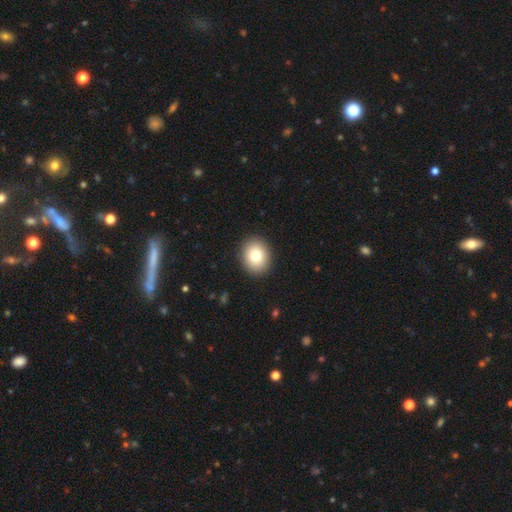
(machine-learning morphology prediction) The model was most divided on "how rounded": round: 63%, in between: 36%, cigar-shaped: 1%. More confident: merging — none (91%); smooth or featured — smooth (80%).